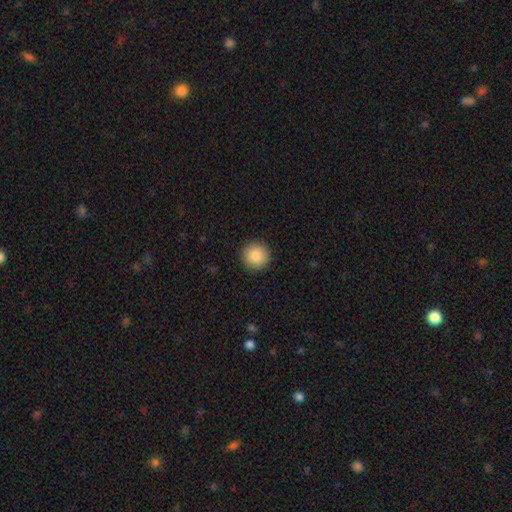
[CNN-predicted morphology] A smooth galaxy with no disk features (87%) that is round (95%).

Vote fractions:
- Smooth or featured? smooth: 87% / star or artifact: 8% / featured or disk: 5%
- How rounded? round: 95% / in between: 4% / cigar-shaped: 1%
- Merging? none: 92% / minor disturbance: 5% / major disturbance: 2% / merger: 1%